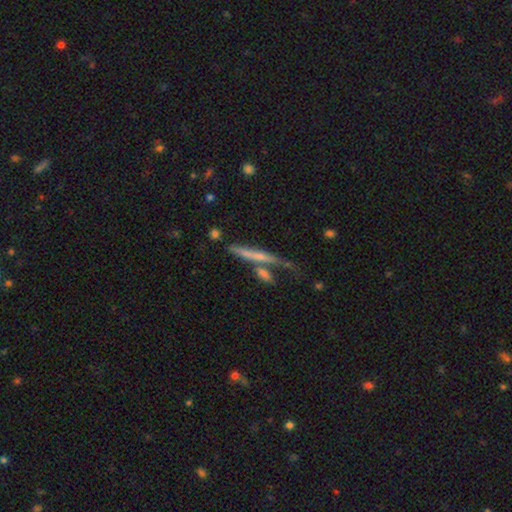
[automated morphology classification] featured or disk 49%, smooth 43%, star or artifact 8%. Down the decision tree: merging — none (54%).